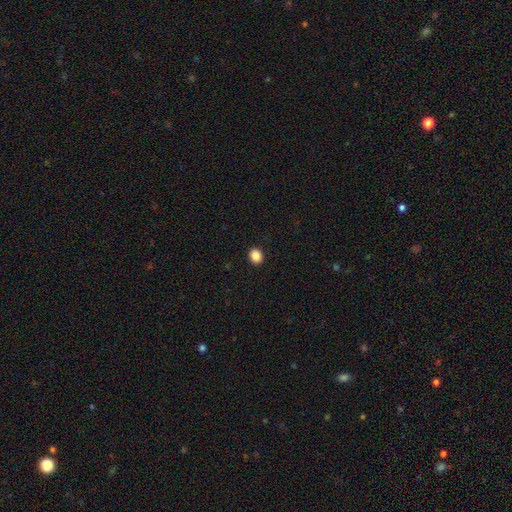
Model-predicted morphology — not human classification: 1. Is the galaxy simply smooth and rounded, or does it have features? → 88% smooth, 9% star or artifact, 3% featured or disk.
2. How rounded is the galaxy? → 59% round, 41% in between, 1% cigar-shaped.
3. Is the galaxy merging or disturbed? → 92% none, 5% minor disturbance, 2% major disturbance, 1% merger.